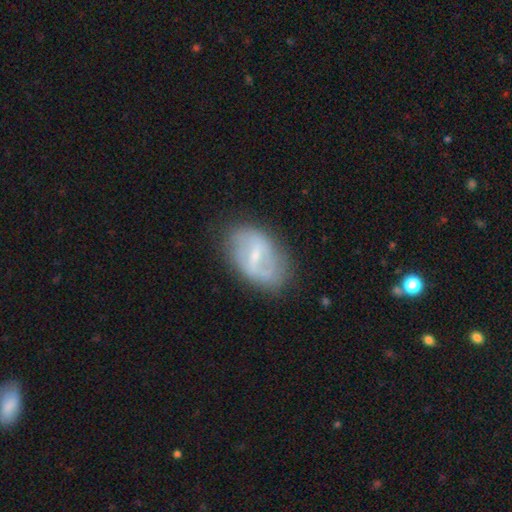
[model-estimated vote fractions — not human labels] featured or disk 67%, smooth 26%, star or artifact 7%. Down the decision tree: edge-on disk — no (94%); bar — strong (45%); spiral arms — yes (55%); bulge size — small (65%); merging — none (73%).